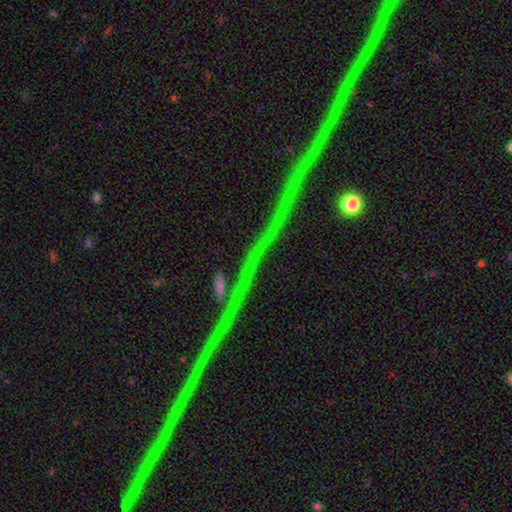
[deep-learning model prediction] Smooth or featured? star or artifact (84%)